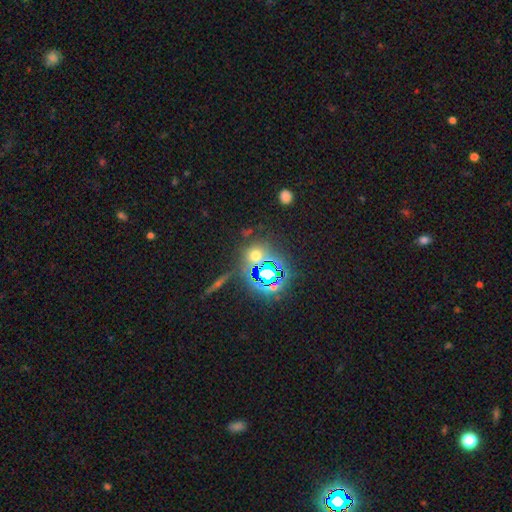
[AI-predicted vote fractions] Smooth or featured: star or artifact — 52% (smooth — 38%)